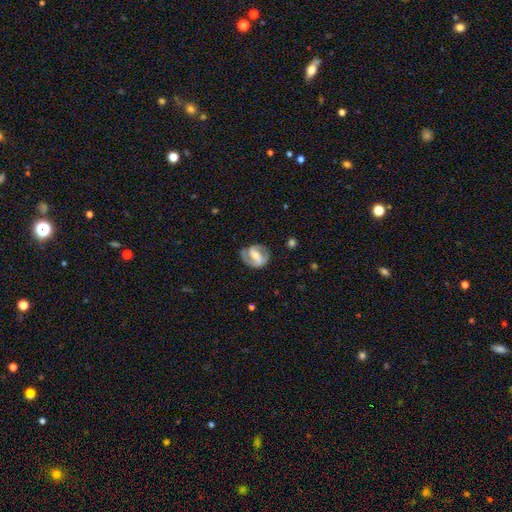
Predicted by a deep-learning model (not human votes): A featured or disk galaxy (76%) with a strong bar (52%), 2 (81%) medium (45%) spiral arms (83%) and a moderate central bulge (58%). Merging: none (73%).